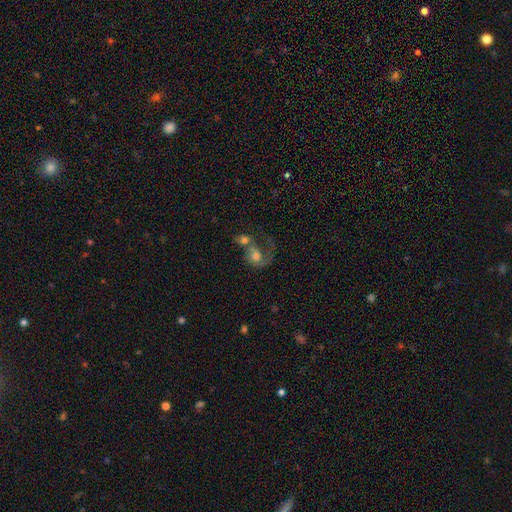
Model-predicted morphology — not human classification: This is possibly a featured or disk galaxy (58%). It is clearly not viewed edge-on (97%). Bar: likely no (74%). Spiral arm pattern: likely yes (76%). Central bulge: possibly moderate (52%). Merging: likely merger (64%).